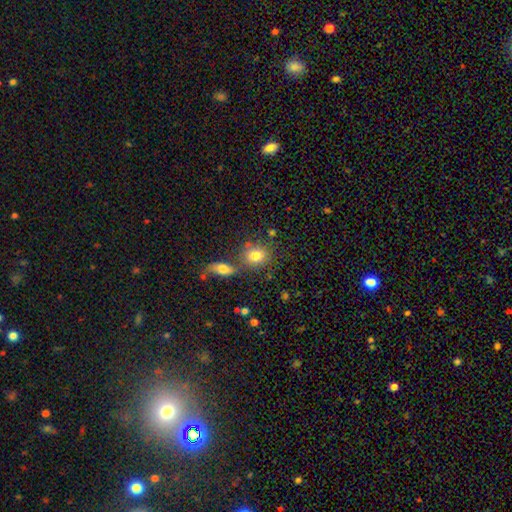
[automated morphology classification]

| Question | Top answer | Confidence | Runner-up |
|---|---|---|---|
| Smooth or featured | smooth | 79% | featured or disk (11%) |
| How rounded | round | 56% | in between (43%) |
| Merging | none | 60% | merger (24%) |